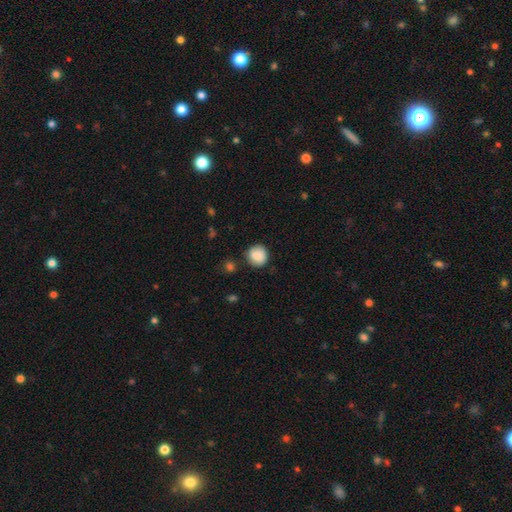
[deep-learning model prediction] smooth-or-featured: smooth: 86% | star or artifact: 8% | featured or disk: 6%
  how-rounded: round: 89% | in between: 10% | cigar-shaped: 1%
  merging: none: 82% | minor disturbance: 13% | major disturbance: 3% | merger: 2%